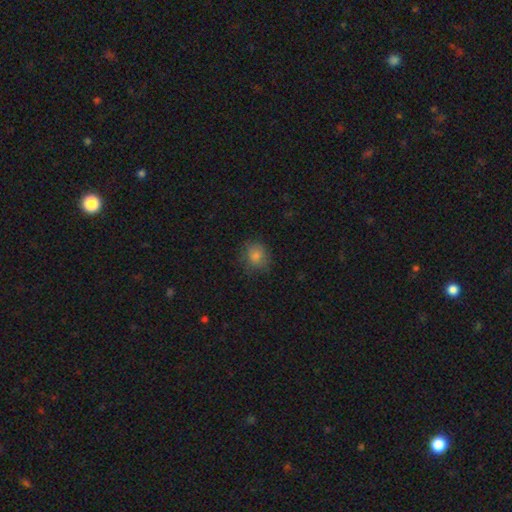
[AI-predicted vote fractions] A smooth galaxy with no disk features (80%) that is round (75%).

Vote fractions:
- Smooth or featured? smooth: 80% / star or artifact: 13% / featured or disk: 8%
- How rounded? round: 75% / in between: 24% / cigar-shaped: 1%
- Merging? none: 79% / minor disturbance: 15% / major disturbance: 4% / merger: 1%